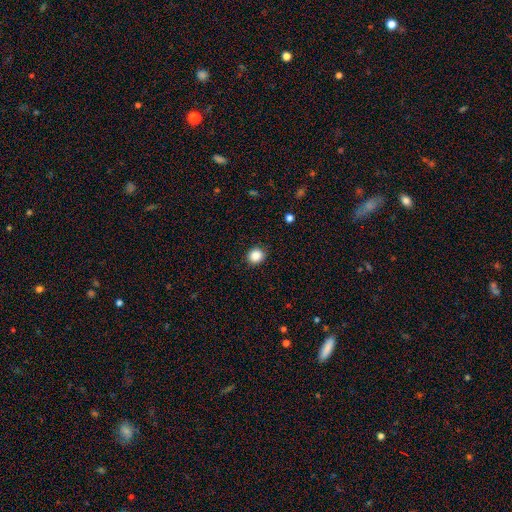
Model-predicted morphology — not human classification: Smooth or featured? smooth (87%)
How rounded? round (82%)
Merging? none (90%)